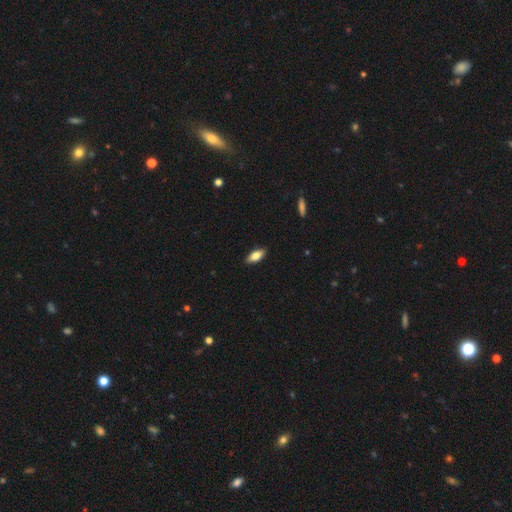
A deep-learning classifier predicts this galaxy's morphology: A smooth galaxy with no disk features (76%) that is in between round and cigar-shaped (82%).

Vote fractions:
- Smooth or featured? smooth: 76% / featured or disk: 18% / star or artifact: 7%
- How rounded? in between: 82% / cigar-shaped: 15% / round: 2%
- Merging? none: 88% / minor disturbance: 9% / major disturbance: 2% / merger: 1%